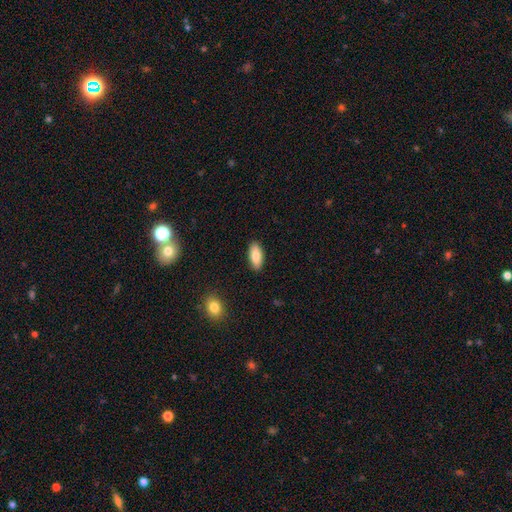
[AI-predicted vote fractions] The model was most divided on "smooth or featured": smooth: 84%, featured or disk: 10%, star or artifact: 7%. More confident: merging — none (89%); how rounded — in between (87%).